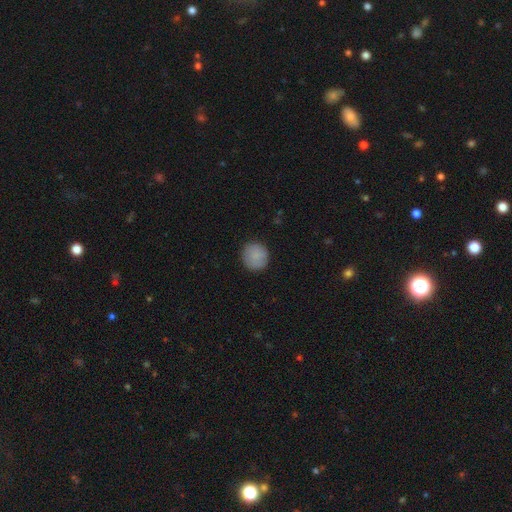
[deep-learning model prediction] This is clearly a smooth galaxy (87%). How rounded: clearly round (93%). Merging: clearly none (88%).